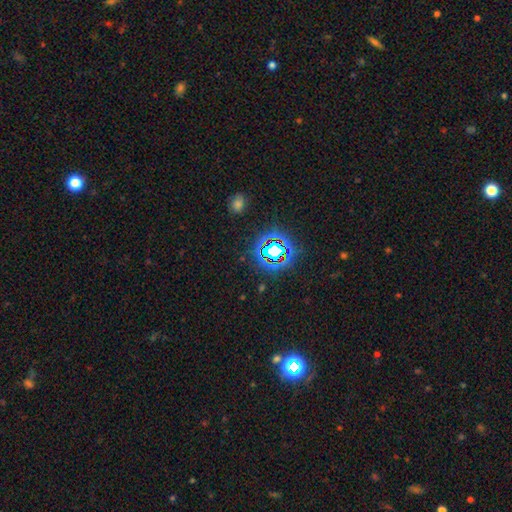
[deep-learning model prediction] Overall: star or artifact (74%).